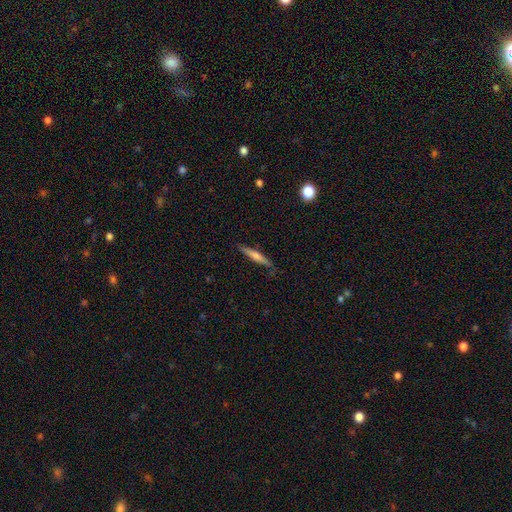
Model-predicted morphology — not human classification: featured or disk 49%, smooth 45%, star or artifact 6%. Down the decision tree: merging — none (84%).